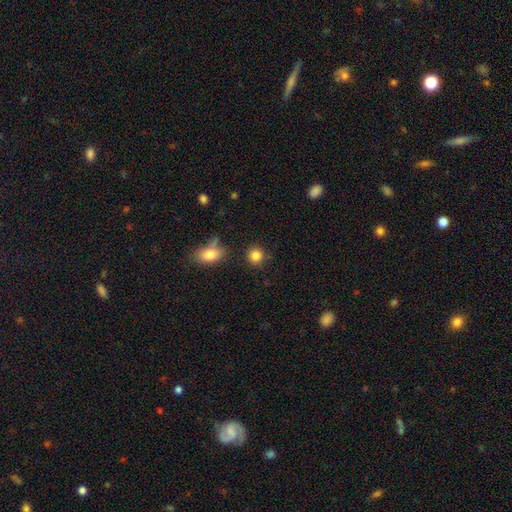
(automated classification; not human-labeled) This is clearly a smooth galaxy (85%). How rounded: clearly round (87%). Merging: clearly none (84%).